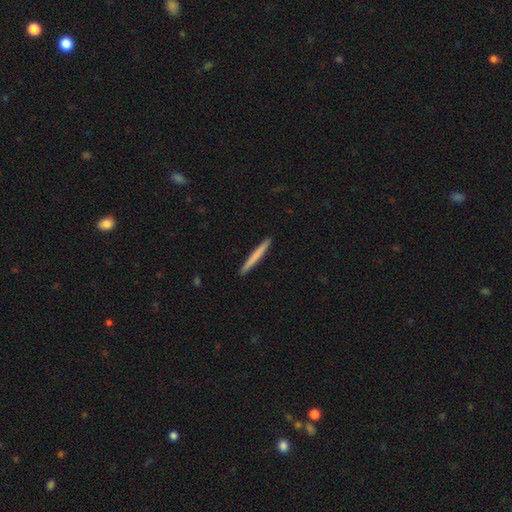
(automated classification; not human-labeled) smooth_or_featured: smooth (p=0.69) [alt: featured or disk p=0.26]
how_rounded: cigar-shaped (p=0.97) [alt: in between p=0.02]
merging: none (p=0.93) [alt: minor disturbance p=0.04]